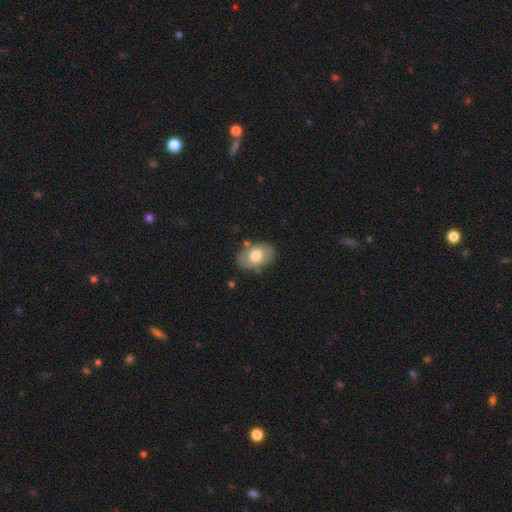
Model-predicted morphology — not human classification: A smooth galaxy with no disk features (63%) that is in between round and cigar-shaped (82%). Merging: none (75%).